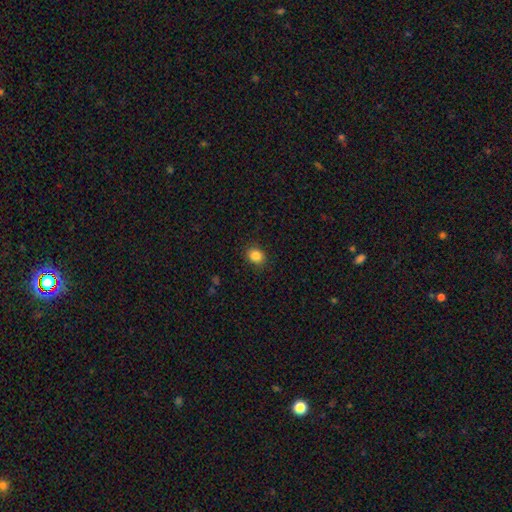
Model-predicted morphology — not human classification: This appears to be a smooth galaxy with no disk features (85%) that is round (65%). Merging: none (88%).